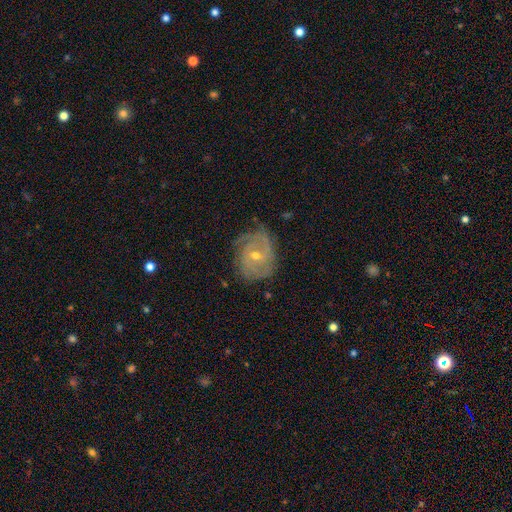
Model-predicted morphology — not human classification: smooth_or_featured: featured or disk (p=0.82) [alt: smooth p=0.11]
disk_edge_on: no (p=0.97) [alt: yes p=0.03]
bar: no (p=0.54) [alt: weak p=0.38]
has_spiral_arms: yes (p=0.94) [alt: no p=0.06]
spiral_winding: tight (p=0.63) [alt: medium p=0.29]
spiral_arm_count: can't tell (p=0.31) [alt: 2 p=0.26]
bulge_size: moderate (p=0.49) [alt: small p=0.48]
merging: none (p=0.68) [alt: minor disturbance p=0.22]